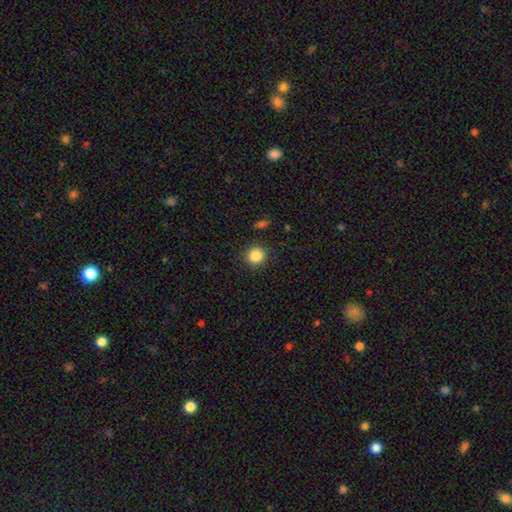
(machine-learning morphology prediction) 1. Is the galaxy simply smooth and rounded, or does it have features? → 85% smooth, 11% star or artifact, 4% featured or disk.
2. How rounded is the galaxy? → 91% round, 8% in between, 1% cigar-shaped.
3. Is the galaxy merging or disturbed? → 89% none, 7% minor disturbance, 2% major disturbance, 1% merger.